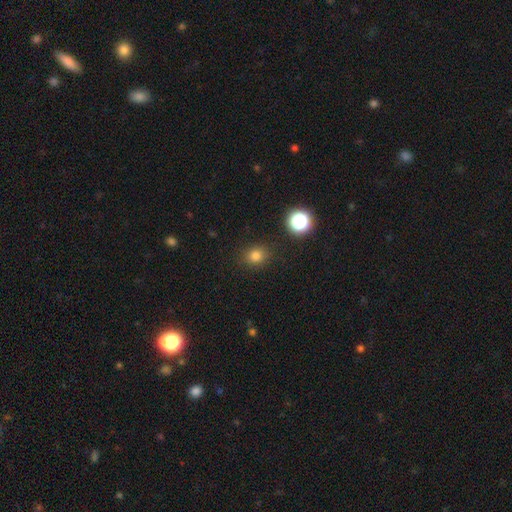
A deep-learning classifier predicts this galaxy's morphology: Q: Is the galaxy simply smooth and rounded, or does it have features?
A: smooth — 79%.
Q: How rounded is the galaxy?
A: round — 71%.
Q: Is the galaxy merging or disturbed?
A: none — 87%.